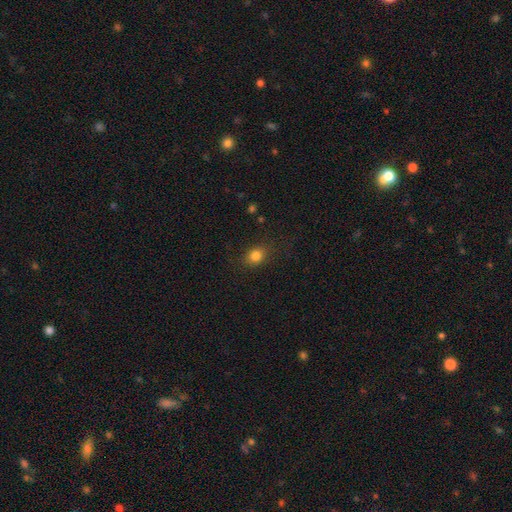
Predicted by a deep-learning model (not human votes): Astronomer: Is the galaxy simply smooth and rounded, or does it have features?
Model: smooth — 83%.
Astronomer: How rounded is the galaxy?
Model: round — 57% (runner-up: in between, 41%).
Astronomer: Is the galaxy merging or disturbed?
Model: none — 82%.